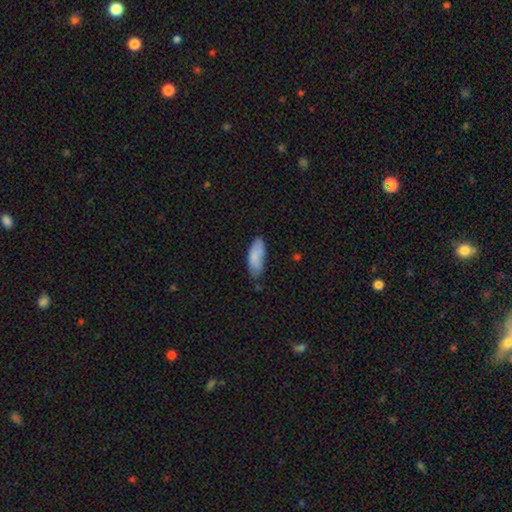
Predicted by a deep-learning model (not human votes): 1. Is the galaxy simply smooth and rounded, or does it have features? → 82% smooth, 12% featured or disk, 6% star or artifact.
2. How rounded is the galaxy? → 75% in between, 23% cigar-shaped, 2% round.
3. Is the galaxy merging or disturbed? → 62% none, 28% minor disturbance, 6% major disturbance, 4% merger.